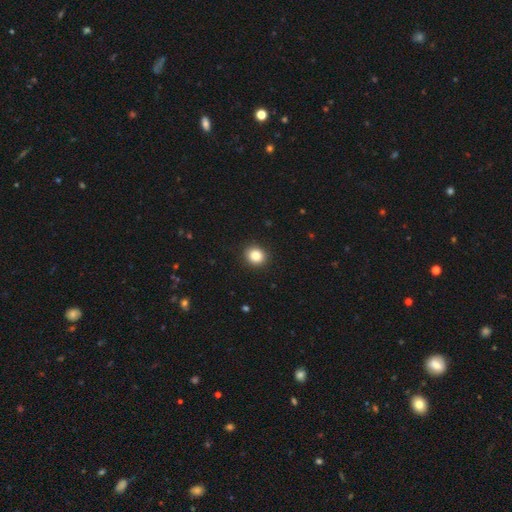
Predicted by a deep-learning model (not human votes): Smooth or featured? Predicted: smooth (p=0.86). How rounded? Predicted: round (p=0.78). Merging? Predicted: none (p=0.91).